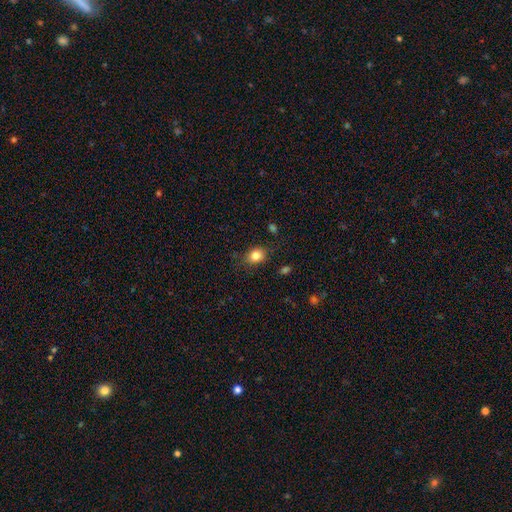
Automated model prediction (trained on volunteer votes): This appears to be a smooth galaxy with no disk features (83%) that is in between round and cigar-shaped (53%). Merging: none (78%).